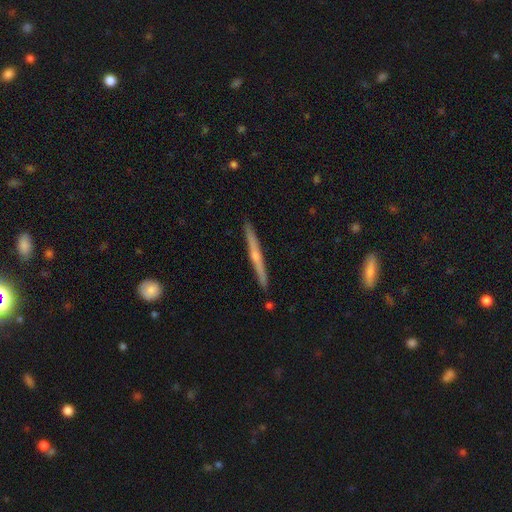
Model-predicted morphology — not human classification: type=featured or disk (68%); edge-on=yes (96%); edge-on bulge=rounded (67%); merging=none (89%).